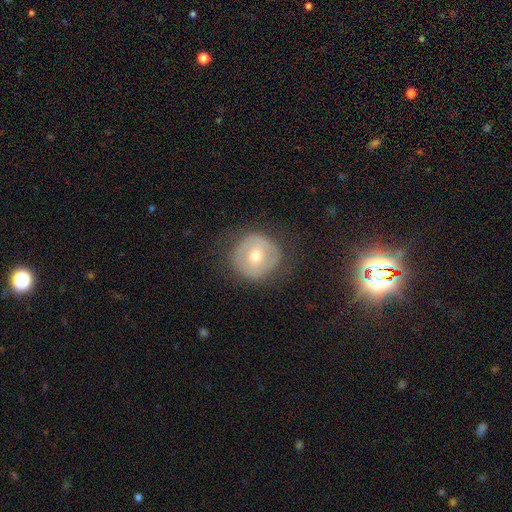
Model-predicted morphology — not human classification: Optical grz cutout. It shows a featured or disk galaxy (49%). Merging: none (77%).